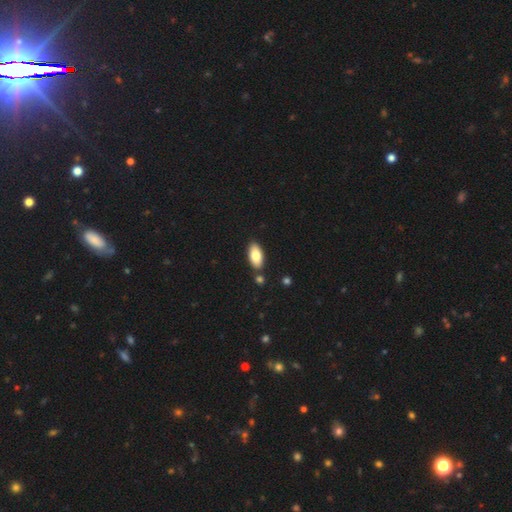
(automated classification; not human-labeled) Overall: smooth (81%). How rounded: in between (91%). Merging: none (82%).